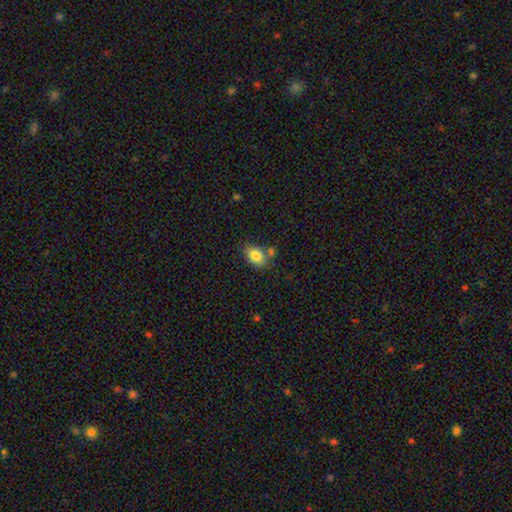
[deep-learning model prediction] Smooth or featured? smooth (82%)
How rounded? in between (79%)
Merging? none (61%)